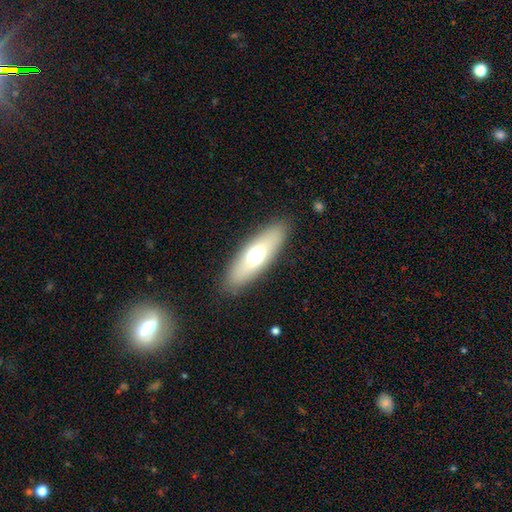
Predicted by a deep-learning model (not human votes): This is likely a smooth galaxy (60%). How rounded: likely in between (62%). Merging: clearly none (87%).